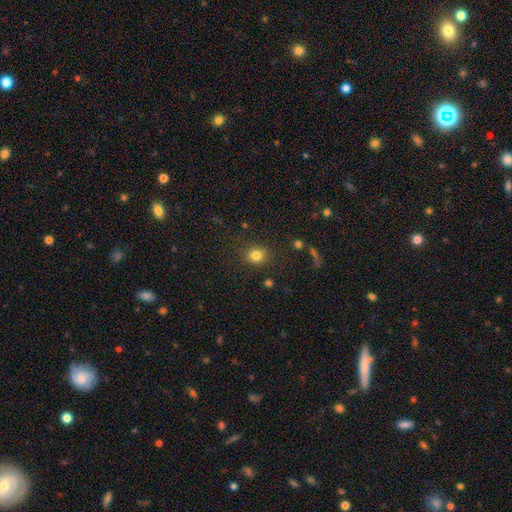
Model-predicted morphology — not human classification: Q: Smooth or featured?
A: smooth (82%); runner-up: star or artifact (12%)
Q: How rounded?
A: round (79%); runner-up: in between (21%)
Q: Merging?
A: none (85%); runner-up: minor disturbance (9%)